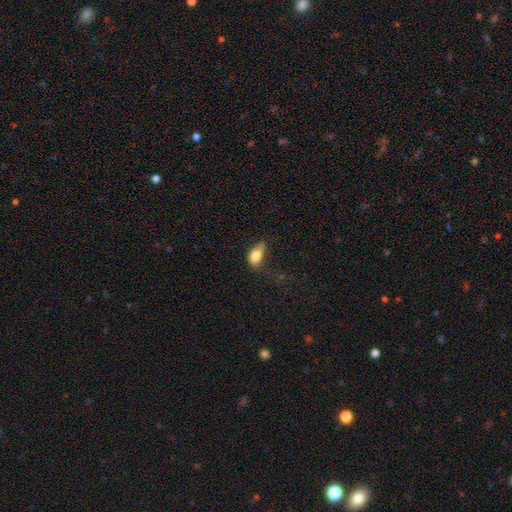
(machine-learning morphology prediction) This is clearly a smooth galaxy (81%). How rounded: clearly in between (87%). Merging: marginally minor disturbance (37%).